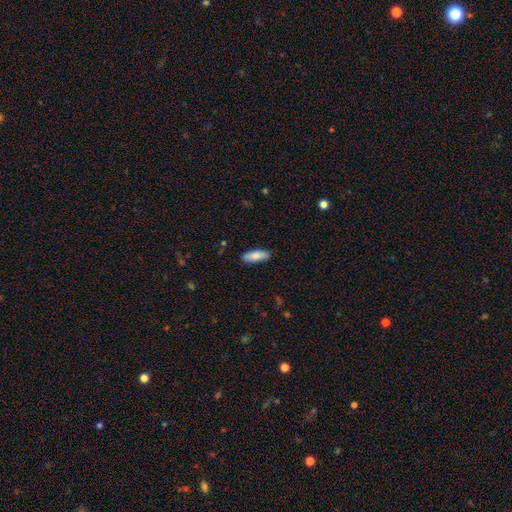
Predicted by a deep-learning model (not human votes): smooth 84%, featured or disk 10%, star or artifact 6%. Down the decision tree: how rounded — in between (58%); merging — none (88%).